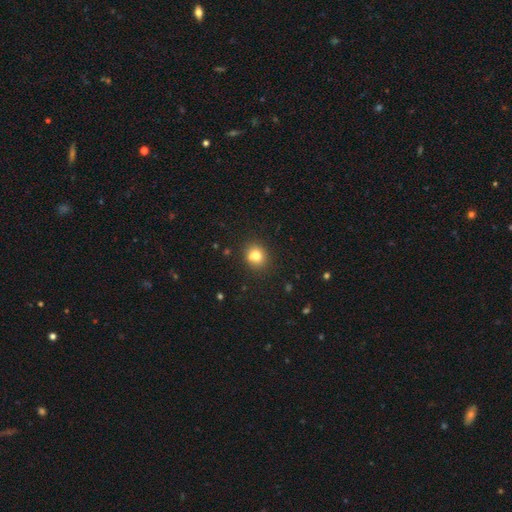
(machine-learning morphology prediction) Smooth or featured? Predicted: smooth (p=0.77). How rounded? Predicted: round (p=0.77). Merging? Predicted: none (p=0.73).